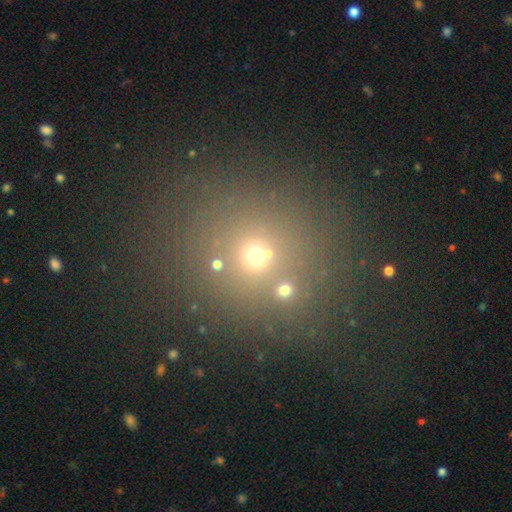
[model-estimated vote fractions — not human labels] smooth_or_featured: smooth (p=0.56) [alt: star or artifact p=0.33]
how_rounded: round (p=0.78) [alt: in between p=0.21]
merging: none (p=0.73) [alt: merger p=0.12]